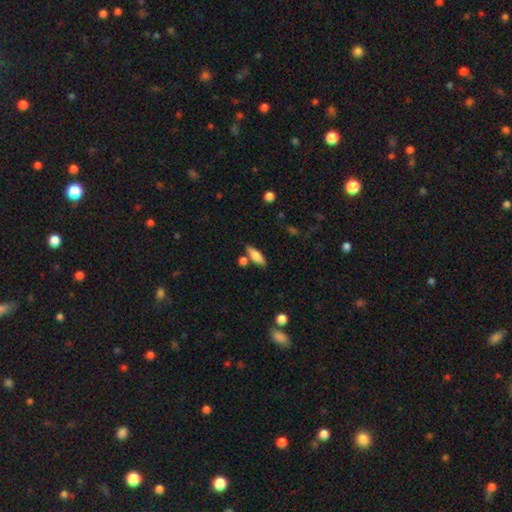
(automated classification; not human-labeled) Overall: smooth (72%). How rounded: in between (53%; cigar-shaped 45%). Merging: none (73%).